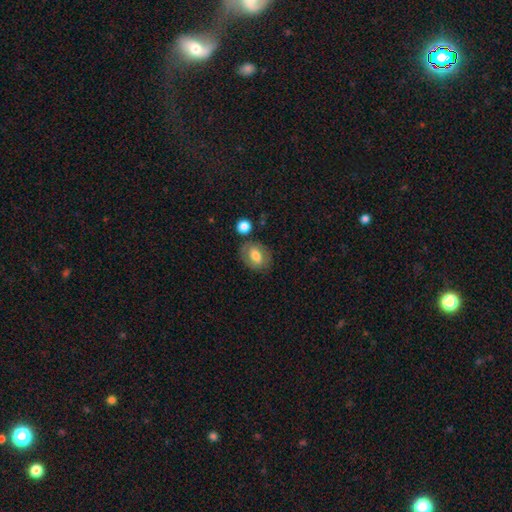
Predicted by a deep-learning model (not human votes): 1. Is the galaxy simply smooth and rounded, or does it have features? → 66% smooth, 26% featured or disk, 8% star or artifact.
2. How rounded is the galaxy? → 69% in between, 30% round, 2% cigar-shaped.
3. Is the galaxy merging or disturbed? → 74% none, 15% minor disturbance, 6% merger, 5% major disturbance.